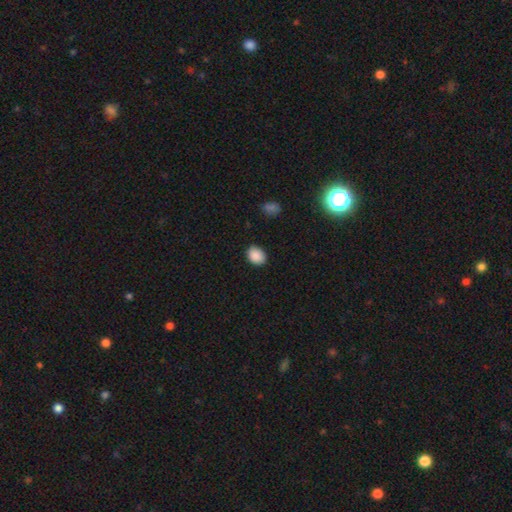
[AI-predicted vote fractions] smooth_or_featured: smooth (p=0.89) [alt: star or artifact p=0.08]
how_rounded: in between (p=0.61) [alt: round p=0.38]
merging: none (p=0.86) [alt: minor disturbance p=0.10]